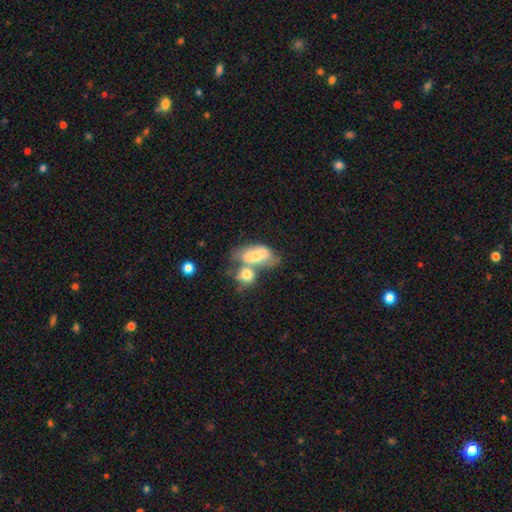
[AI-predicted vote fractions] Smooth or featured? Predicted: smooth (p=0.56). How rounded? Predicted: in between (p=0.86). Merging? Predicted: merger (p=0.65).